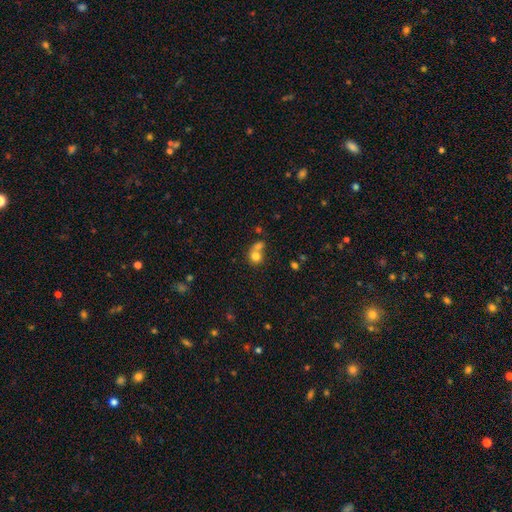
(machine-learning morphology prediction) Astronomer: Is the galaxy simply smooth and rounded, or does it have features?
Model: smooth — 77%.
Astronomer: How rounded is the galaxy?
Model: round — 76%.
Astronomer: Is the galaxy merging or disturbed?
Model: merger — 53% (runner-up: none, 33%).